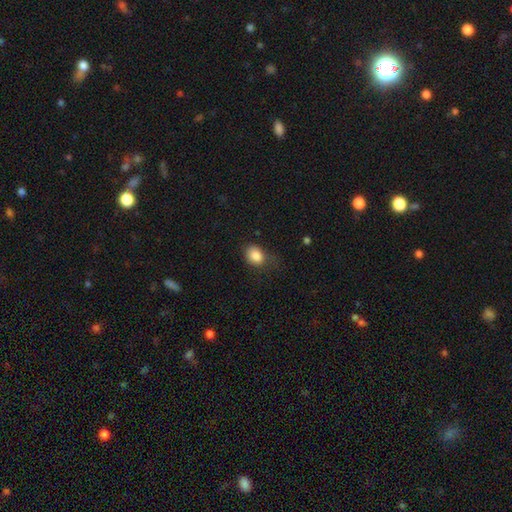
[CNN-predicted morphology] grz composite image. It shows a smooth galaxy with no disk features (85%) that is in between round and cigar-shaped (63%). Merging: none (55%).